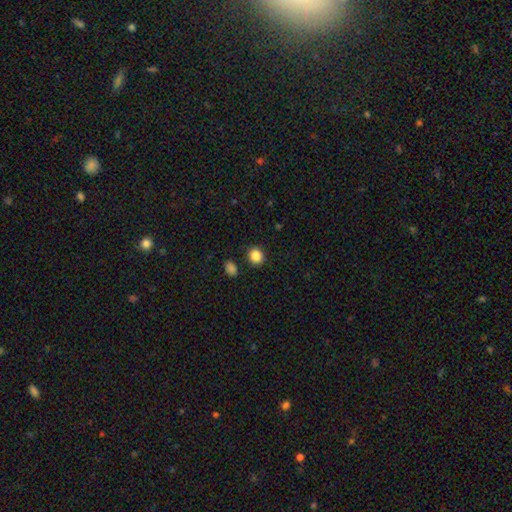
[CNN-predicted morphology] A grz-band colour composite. It shows a smooth galaxy with no disk features (87%) that is round (76%). Merging: none (87%).